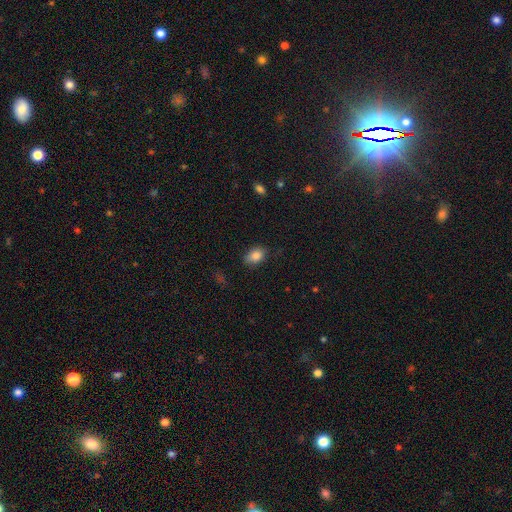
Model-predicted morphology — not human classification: This is clearly a smooth galaxy (85%). How rounded: likely in between (80%). Merging: likely none (80%).